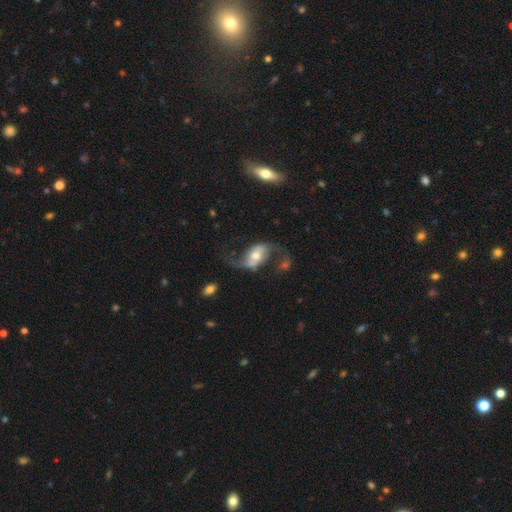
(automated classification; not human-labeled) A featured or disk galaxy (84%) with a weak bar (37%), 2 (93%) loose (80%) spiral arms (95%) and a moderate central bulge (62%).

Vote fractions:
- Smooth or featured? featured or disk: 84% / smooth: 10% / star or artifact: 6%
- Edge-on disk? no: 96% / yes: 4%
- Bar? weak: 37% / no: 33% / strong: 30%
- Spiral arms? yes: 95% / no: 5%
- Spiral winding? loose: 80% / medium: 16% / tight: 4%
- Spiral arm count? 2: 93% / 1: 2% / can't tell: 2% / 3: 1% / 4: 1% / more than 4: 1%
- Bulge size? moderate: 62% / small: 28% / large: 7% / dominant: 2% / none: 2%
- Merging? none: 66% / minor disturbance: 15% / major disturbance: 14% / merger: 5%